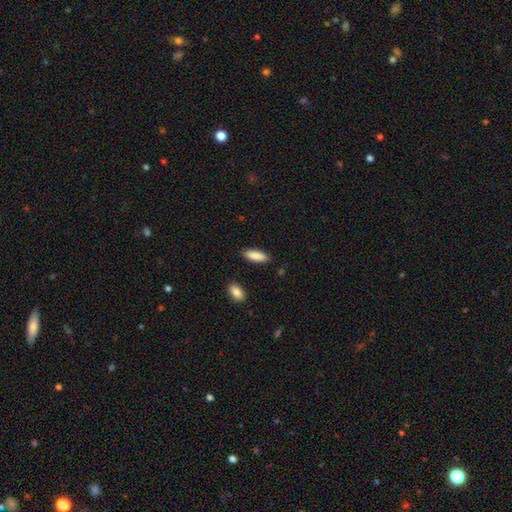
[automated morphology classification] The model was most divided on "how rounded": in between: 60%, cigar-shaped: 38%, round: 2%. More confident: smooth or featured — smooth (88%); merging — none (87%).